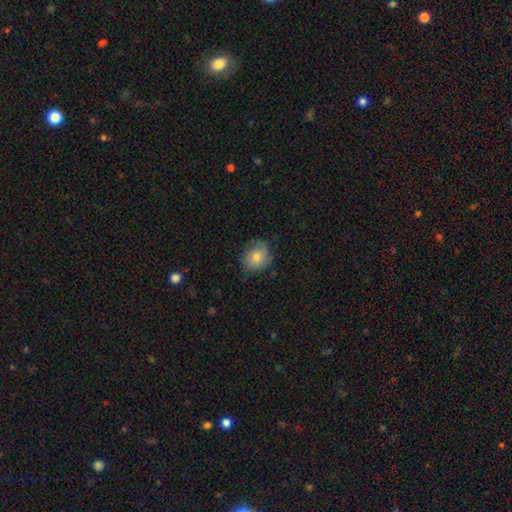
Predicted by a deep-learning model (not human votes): A smooth galaxy with no disk features (58%) that is round (64%).

Vote fractions:
- Smooth or featured? smooth: 58% / featured or disk: 30% / star or artifact: 12%
- How rounded? round: 64% / in between: 35% / cigar-shaped: 1%
- Merging? none: 73% / minor disturbance: 20% / major disturbance: 5% / merger: 1%